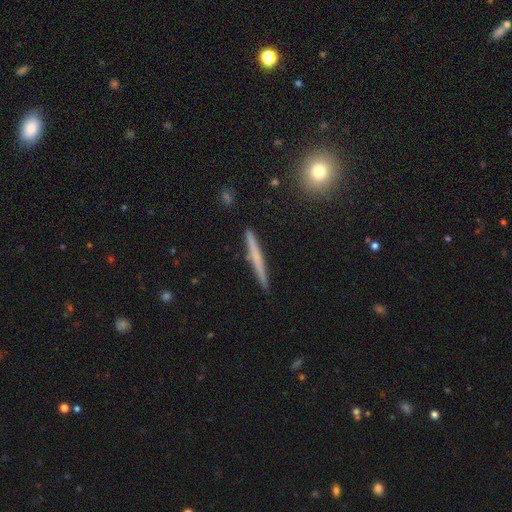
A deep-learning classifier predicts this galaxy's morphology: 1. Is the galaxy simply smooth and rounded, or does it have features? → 48% featured or disk, 46% smooth, 6% star or artifact.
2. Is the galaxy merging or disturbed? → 91% none, 6% minor disturbance, 1% major disturbance, 1% merger.